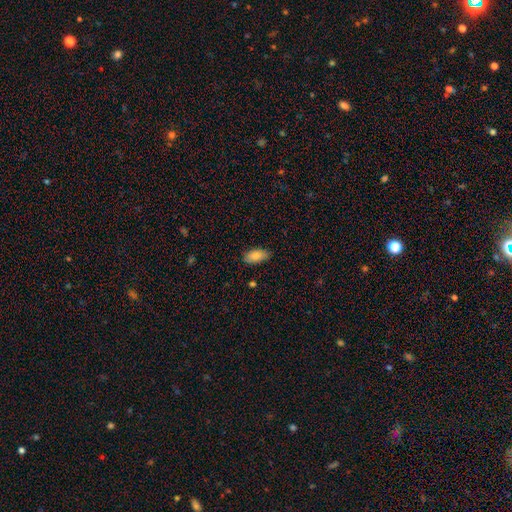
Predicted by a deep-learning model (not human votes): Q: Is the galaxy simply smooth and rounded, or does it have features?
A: smooth — 86%.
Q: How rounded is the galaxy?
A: in between — 92%.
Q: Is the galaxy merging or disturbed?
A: none — 81%.